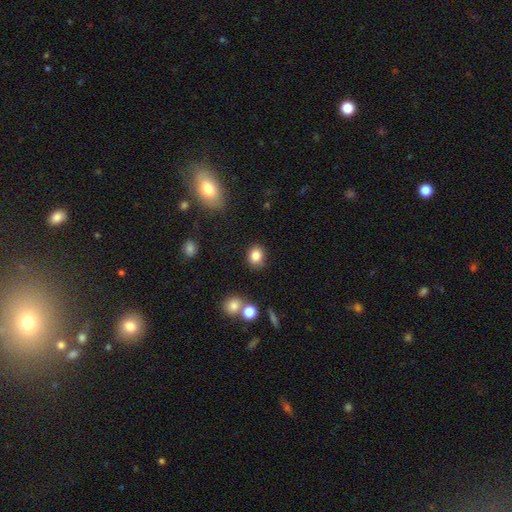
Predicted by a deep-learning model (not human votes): Smooth or featured?
  - smooth: 84% *
  - star or artifact: 10%
  - featured or disk: 6%
How rounded?
  - round: 55% *
  - in between: 44%
  - cigar-shaped: 1%
Merging?
  - none: 82% *
  - minor disturbance: 12%
  - merger: 3%
  - major disturbance: 3%